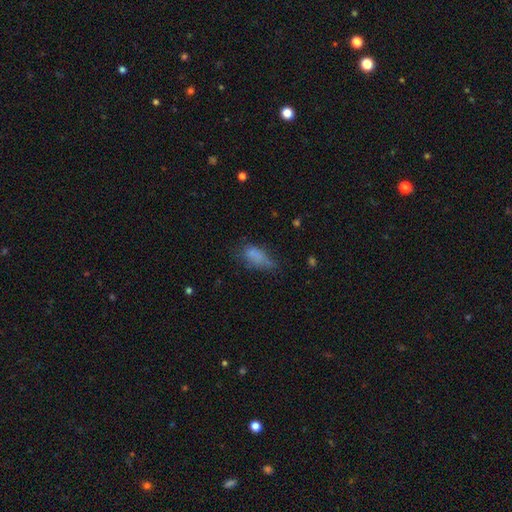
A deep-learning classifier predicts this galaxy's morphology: A smooth galaxy with no disk features (66%) that is in between round and cigar-shaped (80%). Merging: none (36%).